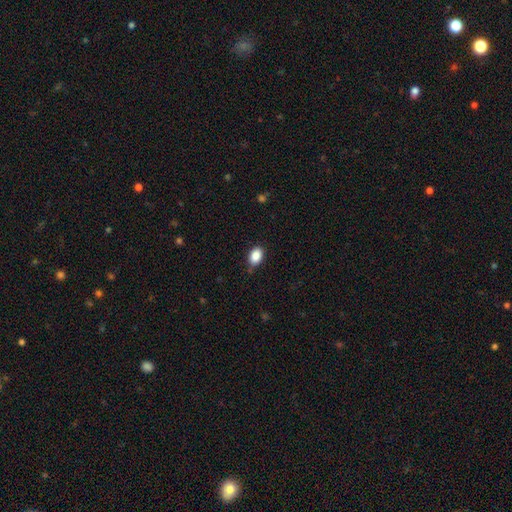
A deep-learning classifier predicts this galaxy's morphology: The model was most divided on "merging": none: 83%, minor disturbance: 13%, major disturbance: 3%, merger: 1%. More confident: smooth or featured — smooth (88%); how rounded — in between (85%).